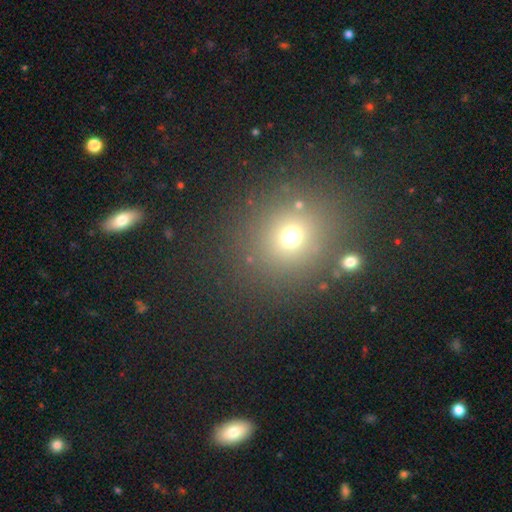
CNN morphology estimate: Smooth or featured? Predicted: smooth (p=0.60). How rounded? Predicted: round (p=0.86). Merging? Predicted: none (p=0.85).